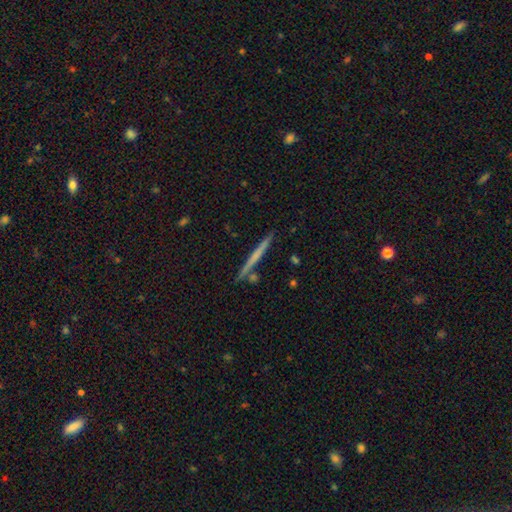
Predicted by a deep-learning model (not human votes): Smooth or featured? featured or disk (48%)
Merging? none (88%)